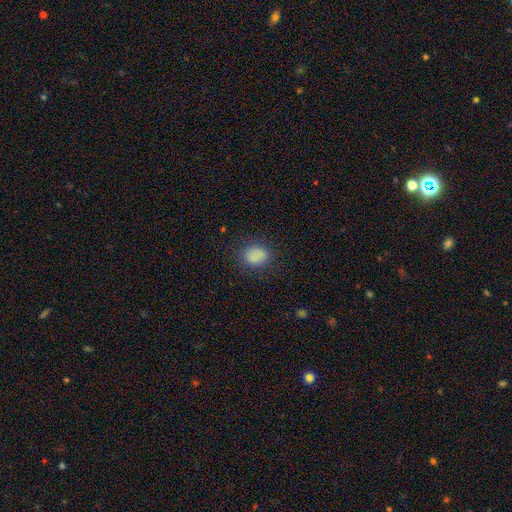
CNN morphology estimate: smooth-or-featured: smooth: 85% | star or artifact: 11% | featured or disk: 4%
  how-rounded: round: 52% | in between: 47% | cigar-shaped: 1%
  merging: none: 83% | minor disturbance: 11% | major disturbance: 4% | merger: 1%